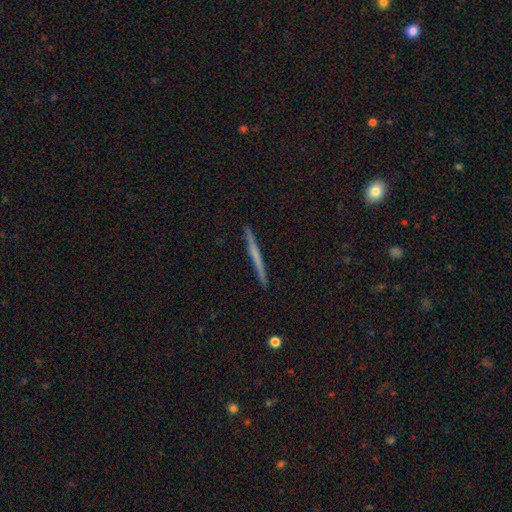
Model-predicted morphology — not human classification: Smooth or featured: featured or disk — 52% (smooth — 42%)
Edge-on disk: yes — 98% (no — 2%)
Edge-on bulge: none — 81% (rounded — 14%)
Merging: none — 93% (minor disturbance — 5%)